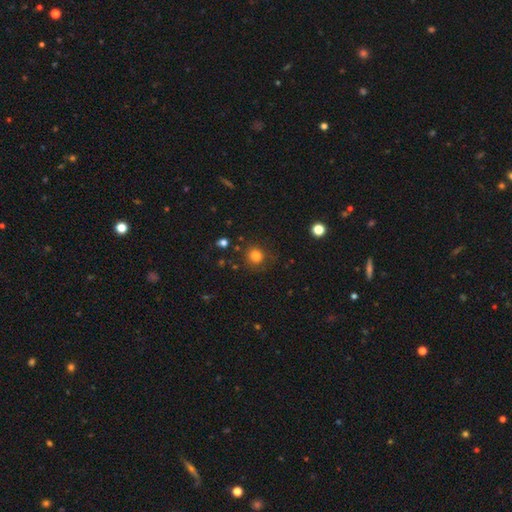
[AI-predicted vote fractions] Overall: smooth (81%). How rounded: round (89%). Merging: none (82%).